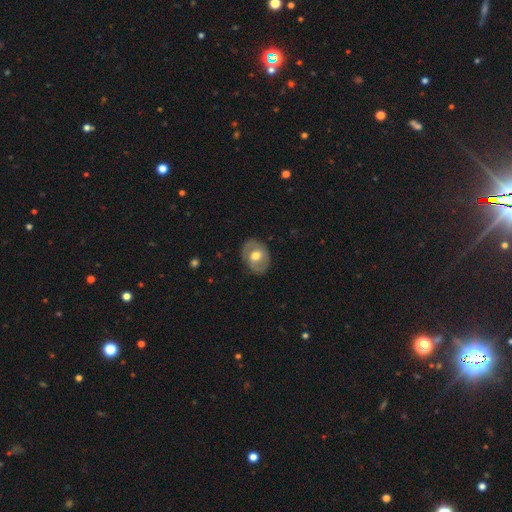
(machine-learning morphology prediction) Smooth or featured?
  - featured or disk: 48% *
  - smooth: 45%
  - star or artifact: 6%
Merging?
  - none: 81% *
  - minor disturbance: 14%
  - major disturbance: 5%
  - merger: 1%